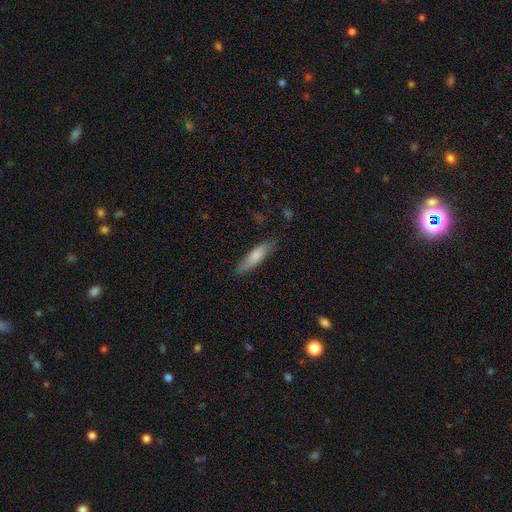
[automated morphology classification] Smooth or featured? Predicted: smooth (p=0.73). How rounded? Predicted: cigar-shaped (p=0.67). Merging? Predicted: none (p=0.80).